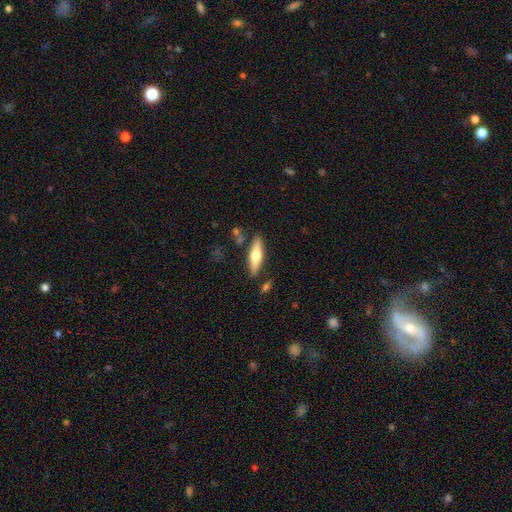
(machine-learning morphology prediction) A smooth galaxy with no disk features (51%) that is cigar-shaped (62%). Merging: none (82%).